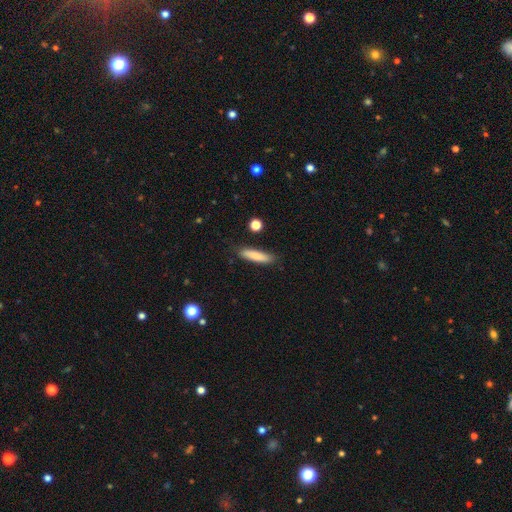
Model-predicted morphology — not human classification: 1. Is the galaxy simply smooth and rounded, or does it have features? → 83% smooth, 11% featured or disk, 7% star or artifact.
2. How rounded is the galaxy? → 79% cigar-shaped, 20% in between, 2% round.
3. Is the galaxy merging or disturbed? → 85% none, 11% minor disturbance, 2% major disturbance, 2% merger.